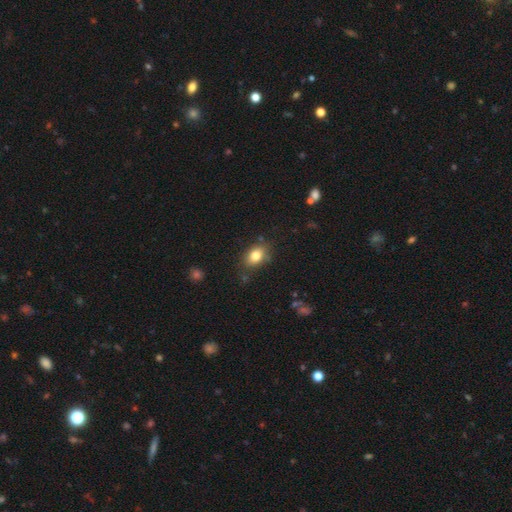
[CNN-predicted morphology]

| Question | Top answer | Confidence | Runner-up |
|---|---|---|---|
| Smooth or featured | smooth | 81% | star or artifact (10%) |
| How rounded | in between | 76% | round (23%) |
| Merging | none | 78% | minor disturbance (15%) |